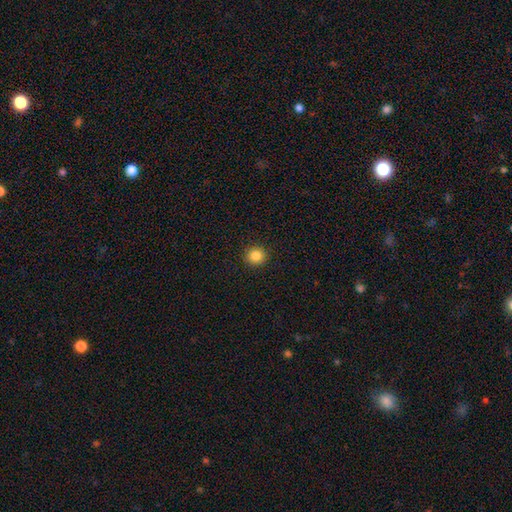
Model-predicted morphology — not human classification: Overall: smooth (85%). How rounded: round (93%). Merging: none (92%).